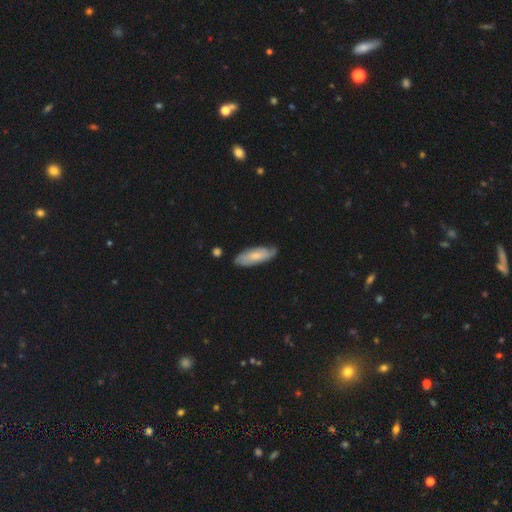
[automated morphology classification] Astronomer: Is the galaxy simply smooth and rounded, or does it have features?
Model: smooth — 56% (runner-up: featured or disk, 38%).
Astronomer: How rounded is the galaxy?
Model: in between — 65%.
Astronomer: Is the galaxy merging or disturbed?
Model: none — 74%.